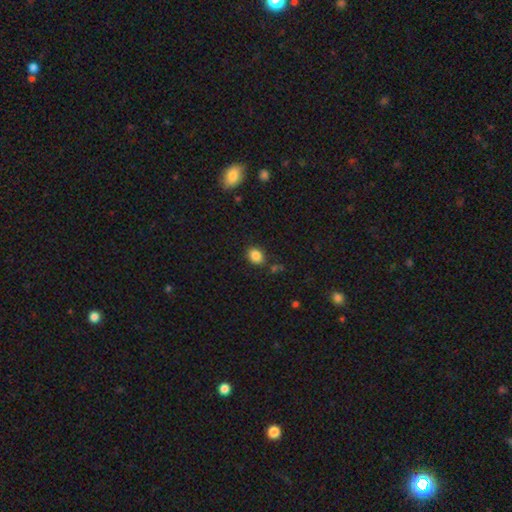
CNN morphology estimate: Smooth or featured? smooth (85%)
How rounded? in between (54%)
Merging? none (82%)